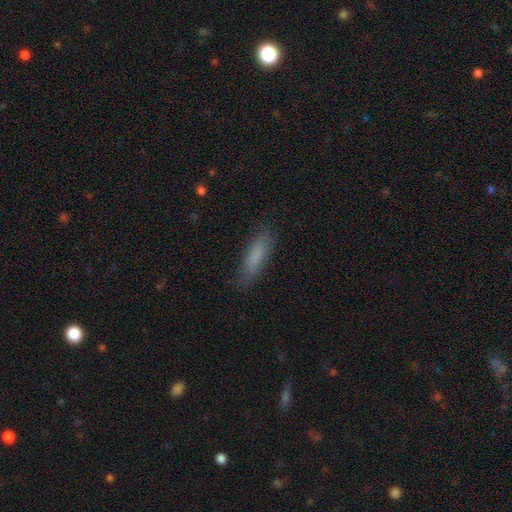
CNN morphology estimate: A smooth galaxy with no disk features (80%) that is cigar-shaped (66%).

Vote fractions:
- Smooth or featured? smooth: 80% / featured or disk: 12% / star or artifact: 7%
- How rounded? cigar-shaped: 66% / in between: 32% / round: 2%
- Merging? none: 83% / minor disturbance: 13% / major disturbance: 3% / merger: 1%